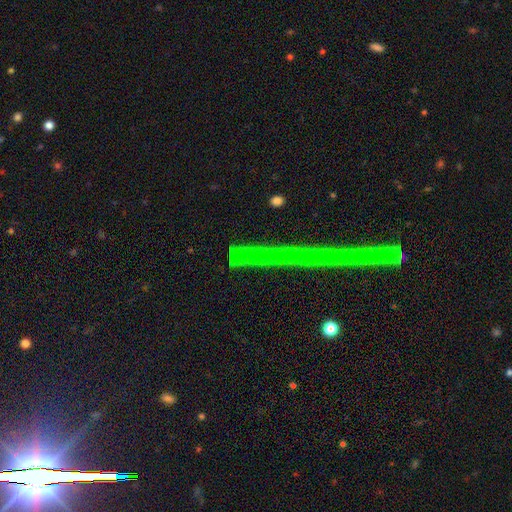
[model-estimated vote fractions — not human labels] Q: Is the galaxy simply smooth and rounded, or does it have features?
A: star or artifact — 73%.